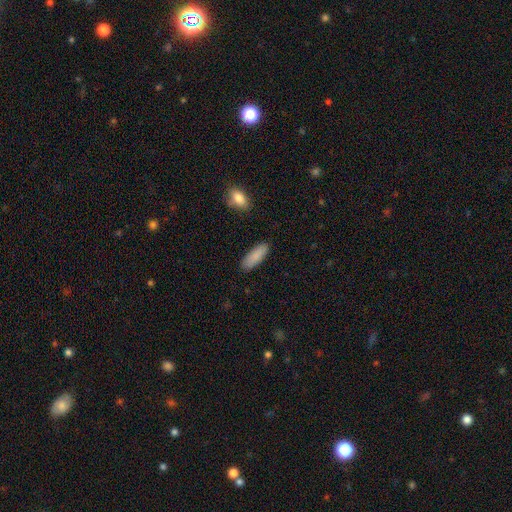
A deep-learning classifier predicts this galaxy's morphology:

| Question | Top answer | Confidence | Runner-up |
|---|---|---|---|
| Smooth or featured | smooth | 88% | featured or disk (6%) |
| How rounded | in between | 62% | cigar-shaped (37%) |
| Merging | none | 87% | minor disturbance (9%) |